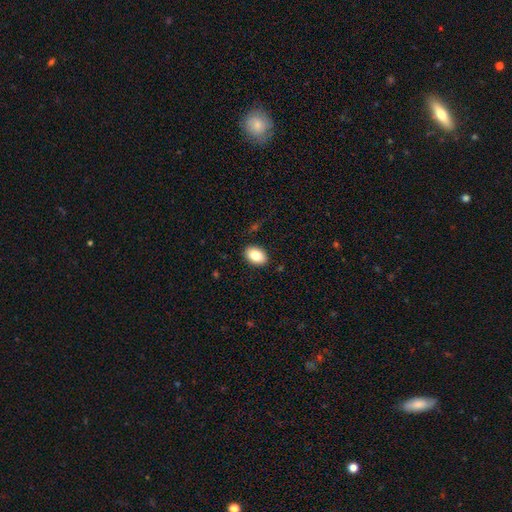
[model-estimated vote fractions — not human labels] smooth 83%, featured or disk 10%, star or artifact 7%. Down the decision tree: how rounded — in between (87%); merging — none (89%).